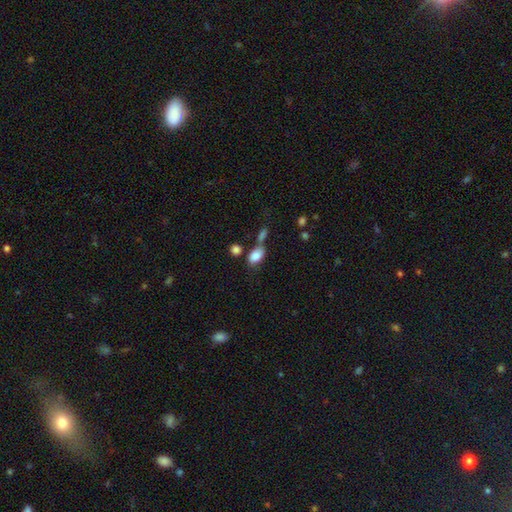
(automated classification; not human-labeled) A smooth galaxy with no disk features (84%) that is in between round and cigar-shaped (86%).

Vote fractions:
- Smooth or featured? smooth: 84% / star or artifact: 9% / featured or disk: 7%
- How rounded? in between: 86% / round: 11% / cigar-shaped: 2%
- Merging? none: 41% / merger: 36% / minor disturbance: 15% / major disturbance: 8%